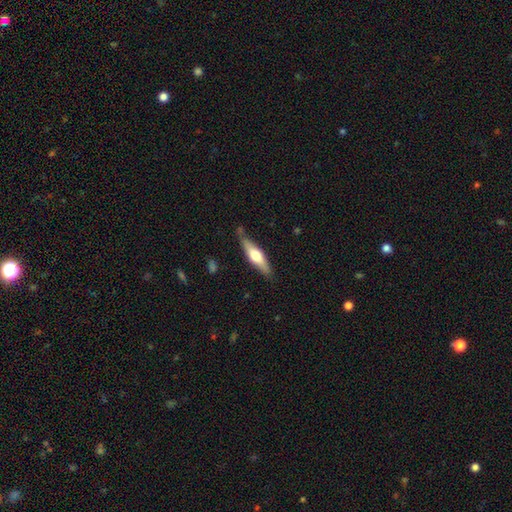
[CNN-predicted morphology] Overall: smooth (48%; featured or disk 47%). Merging: none (79%).